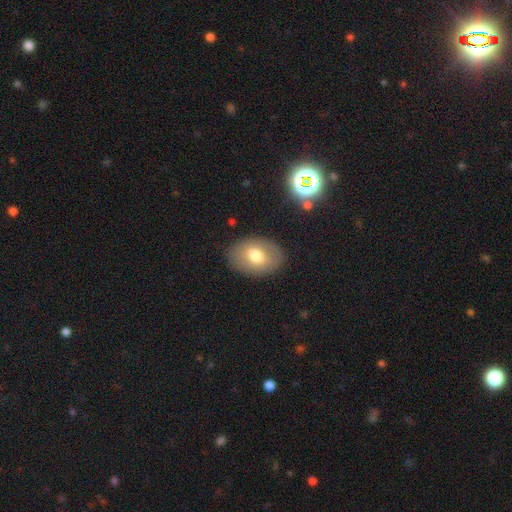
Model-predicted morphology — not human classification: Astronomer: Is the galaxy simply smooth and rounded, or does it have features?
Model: smooth — 71%.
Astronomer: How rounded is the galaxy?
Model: in between — 78%.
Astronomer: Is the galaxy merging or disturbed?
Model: none — 85%.